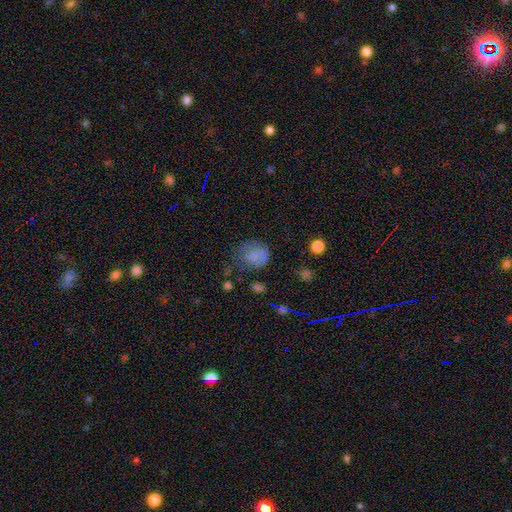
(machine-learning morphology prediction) smooth 69%, featured or disk 17%, star or artifact 14%. Down the decision tree: how rounded — round (62%); merging — none (41%).